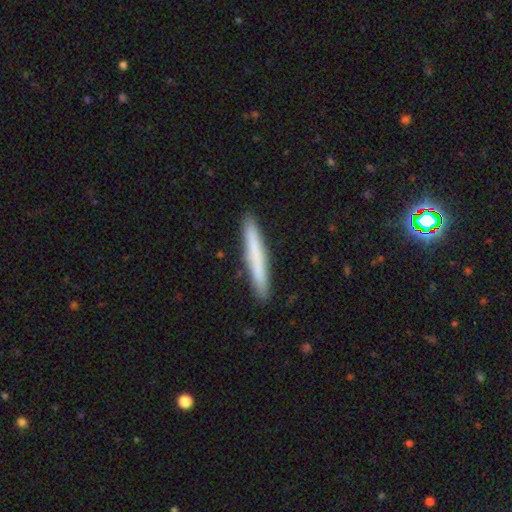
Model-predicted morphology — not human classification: The model was most divided on "smooth or featured": smooth: 72%, featured or disk: 23%, star or artifact: 6%. More confident: how rounded — cigar-shaped (96%); merging — none (91%).